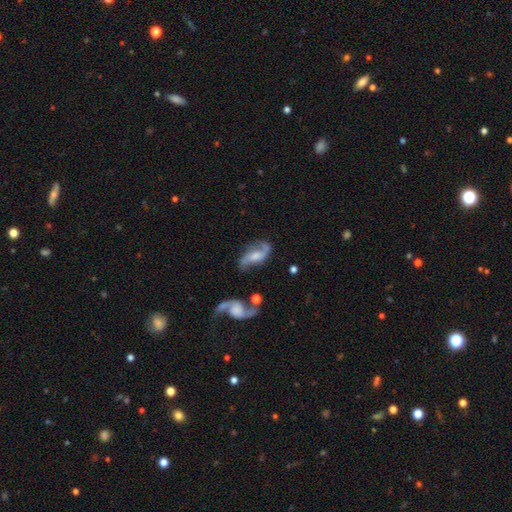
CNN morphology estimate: Smooth or featured? featured or disk (79%)
Edge-on disk? no (94%)
Bar? no (48%)
Spiral arms? yes (93%)
Spiral winding? loose (60%)
Spiral arm count? 2 (88%)
Bulge size? moderate (41%)
Merging? none (55%)